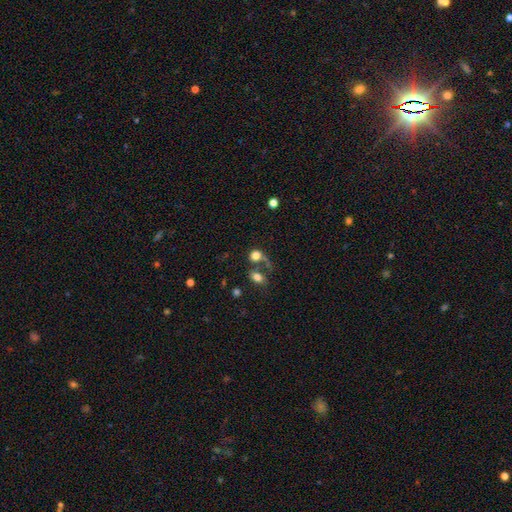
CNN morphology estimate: This is likely a smooth galaxy (76%). How rounded: likely round (70%). Merging: marginally merger (41%).